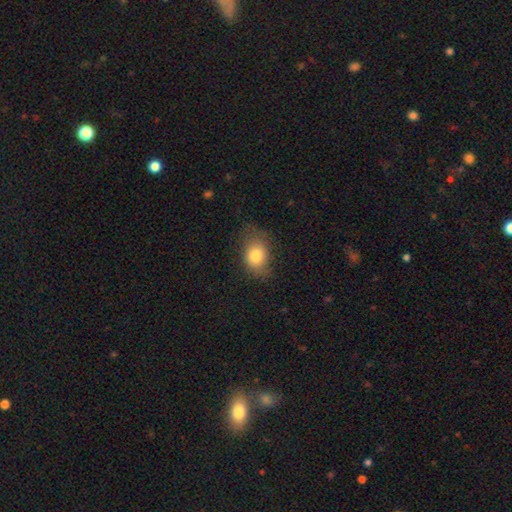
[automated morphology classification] Smooth or featured? Predicted: smooth (p=0.80). How rounded? Predicted: in between (p=0.67). Merging? Predicted: none (p=0.68).